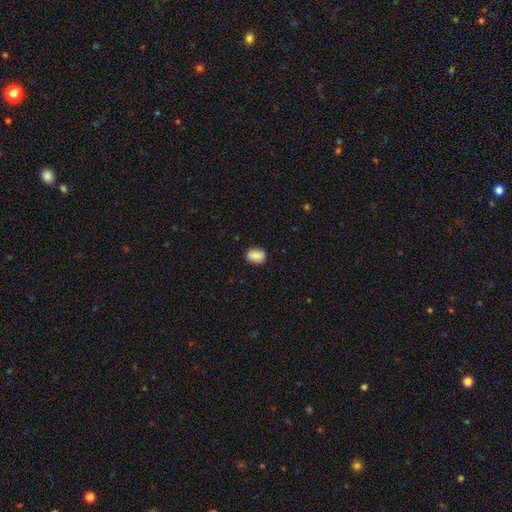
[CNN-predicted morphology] A smooth galaxy with no disk features (88%) that is in between round and cigar-shaped (73%). Merging: none (86%).